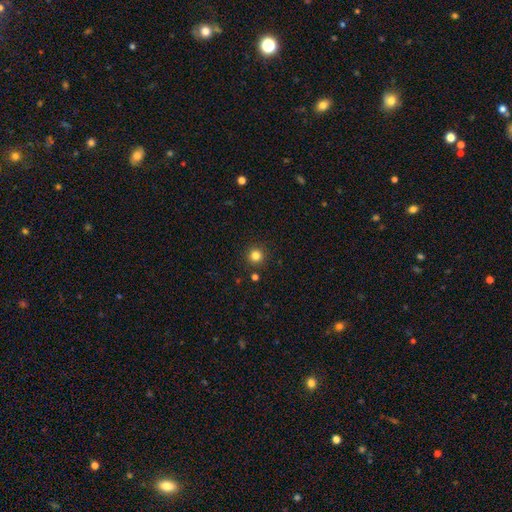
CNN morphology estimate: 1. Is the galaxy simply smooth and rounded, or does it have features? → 81% smooth, 14% star or artifact, 5% featured or disk.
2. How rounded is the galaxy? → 95% round, 4% in between, 1% cigar-shaped.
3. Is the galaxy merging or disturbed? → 90% none, 5% minor disturbance, 3% merger, 2% major disturbance.